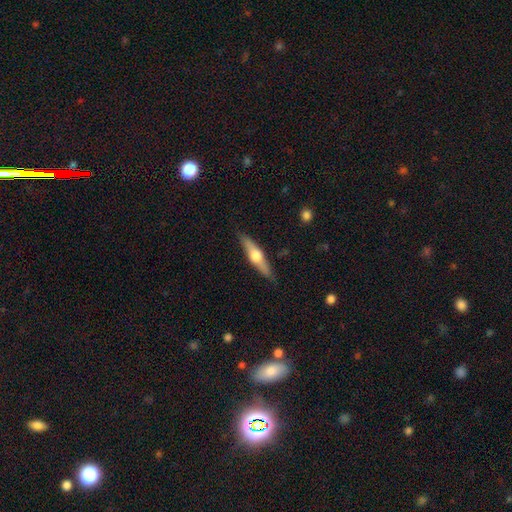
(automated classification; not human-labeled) Smooth or featured? featured or disk (58%)
Edge-on disk? yes (94%)
Edge-on bulge? rounded (95%)
Merging? none (87%)